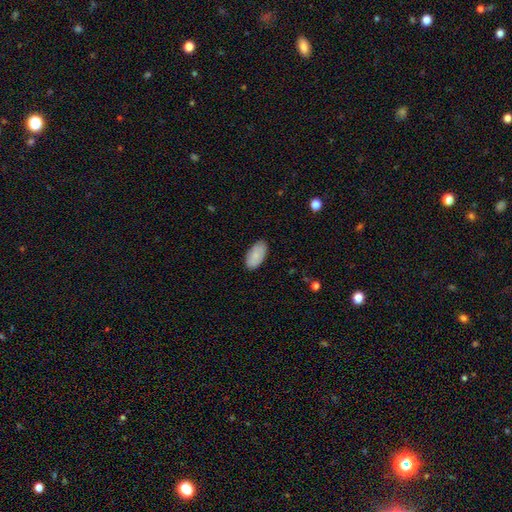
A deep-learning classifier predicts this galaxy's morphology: smooth_or_featured: smooth (p=0.83) [alt: featured or disk p=0.11]
how_rounded: in between (p=0.95) [alt: cigar-shaped p=0.03]
merging: none (p=0.84) [alt: minor disturbance p=0.13]